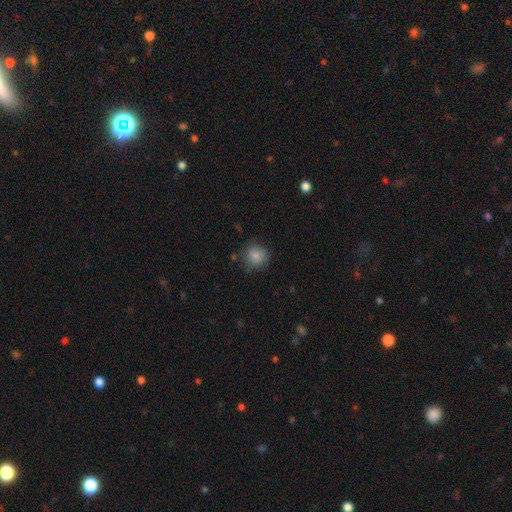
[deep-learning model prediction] This is clearly a smooth galaxy (86%). How rounded: clearly round (90%). Merging: clearly none (81%).